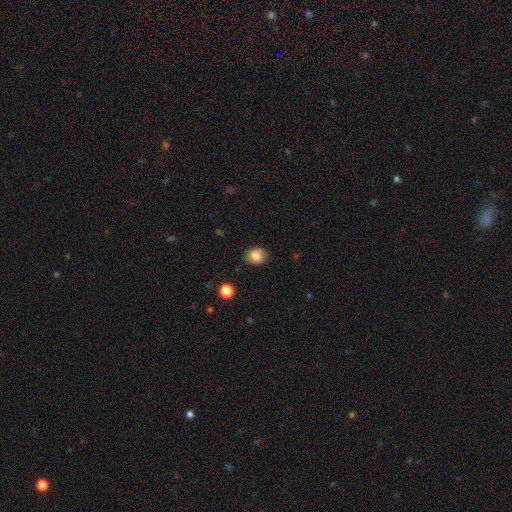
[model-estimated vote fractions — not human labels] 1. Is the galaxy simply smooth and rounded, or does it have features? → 81% smooth, 10% star or artifact, 9% featured or disk.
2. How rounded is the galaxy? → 55% round, 44% in between, 1% cigar-shaped.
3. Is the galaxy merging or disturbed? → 79% none, 15% minor disturbance, 3% major disturbance, 2% merger.